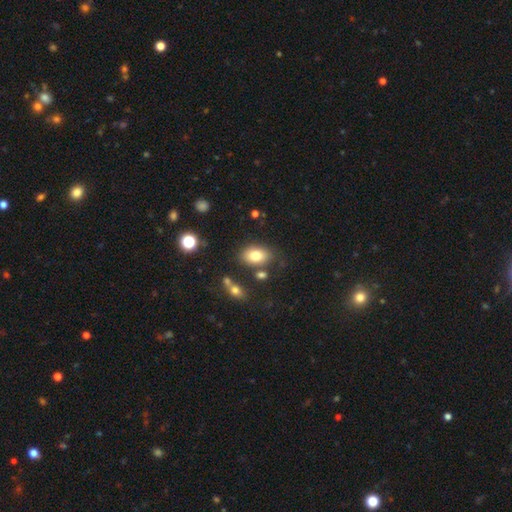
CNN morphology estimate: Overall: smooth (78%). How rounded: in between (85%). Merging: none (73%).